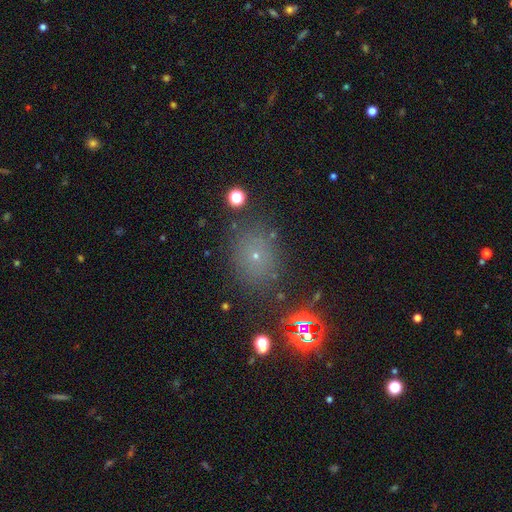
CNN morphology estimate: Smooth or featured? smooth (53%)
How rounded? round (63%)
Merging? none (82%)